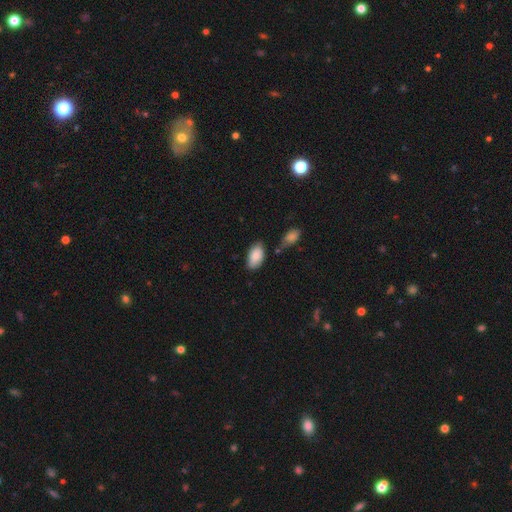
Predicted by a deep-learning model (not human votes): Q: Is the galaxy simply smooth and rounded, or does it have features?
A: smooth — 86%.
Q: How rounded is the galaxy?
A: in between — 94%.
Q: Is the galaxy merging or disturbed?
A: none — 68%.